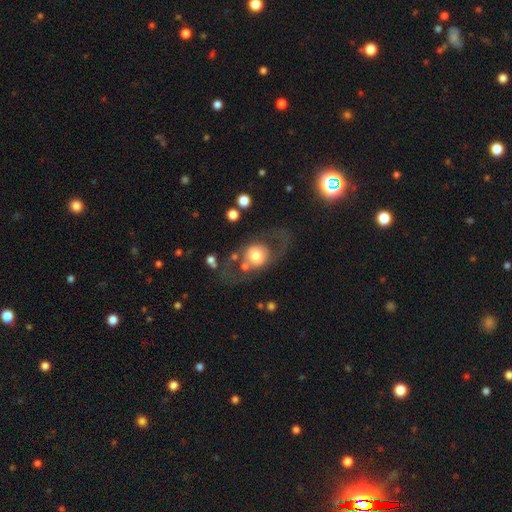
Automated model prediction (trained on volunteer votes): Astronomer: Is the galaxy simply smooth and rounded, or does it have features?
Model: smooth — 48% (runner-up: featured or disk, 45%).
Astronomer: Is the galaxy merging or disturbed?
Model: none — 58%.